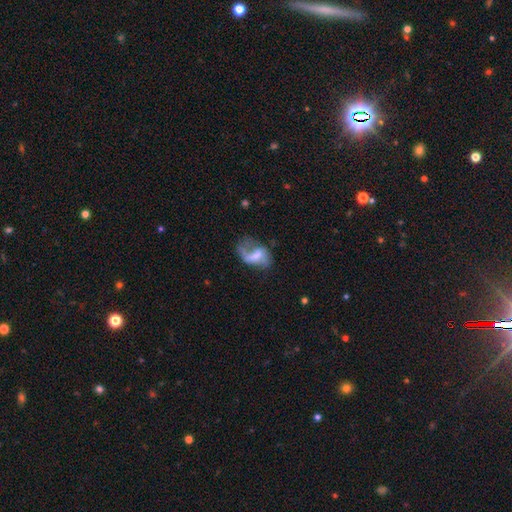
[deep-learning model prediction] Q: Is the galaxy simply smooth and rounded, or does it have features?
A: featured or disk — 54%.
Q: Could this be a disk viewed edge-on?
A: no — 97%.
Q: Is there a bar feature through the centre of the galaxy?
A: no — 42%.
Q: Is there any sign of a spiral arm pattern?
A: yes — 56%.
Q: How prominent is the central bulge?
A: none — 41%.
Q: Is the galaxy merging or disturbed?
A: major disturbance — 46%.